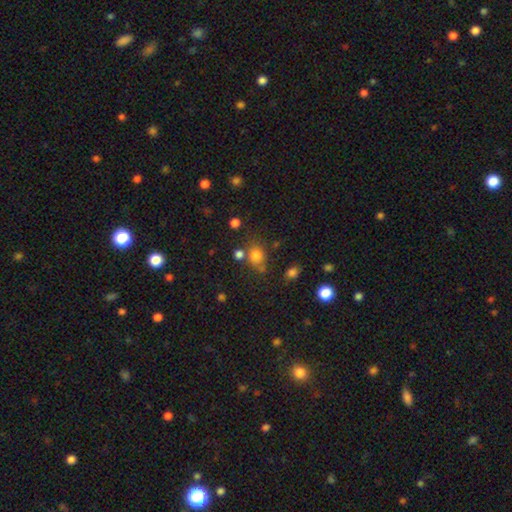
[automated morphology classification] Q: Smooth or featured?
A: smooth (76%); runner-up: star or artifact (16%)
Q: How rounded?
A: round (64%); runner-up: in between (35%)
Q: Merging?
A: none (63%); runner-up: merger (16%)